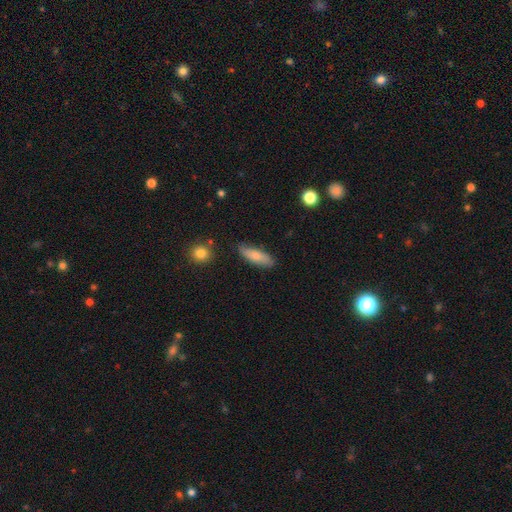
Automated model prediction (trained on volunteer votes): This is likely a smooth galaxy (76%). How rounded: possibly in between (57%). Merging: likely none (78%).